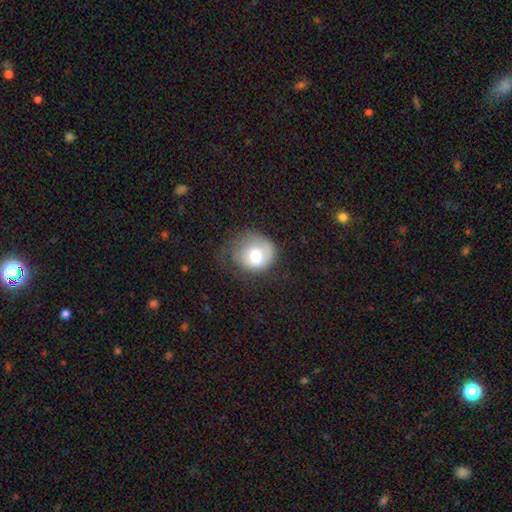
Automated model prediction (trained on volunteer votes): Overall: smooth (69%). How rounded: round (76%). Merging: none (47%; minor disturbance 28%).